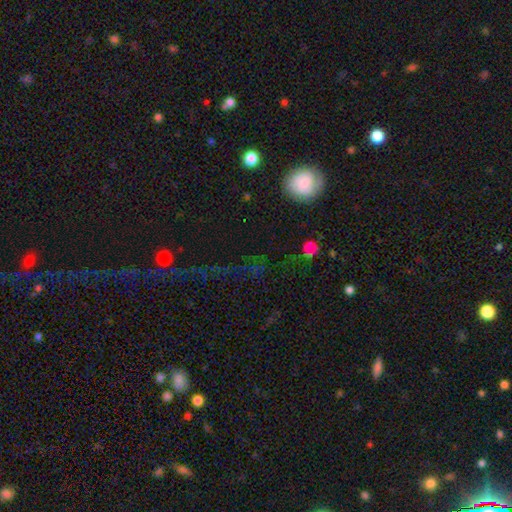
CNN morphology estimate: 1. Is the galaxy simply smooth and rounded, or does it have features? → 42% smooth, 41% star or artifact, 17% featured or disk.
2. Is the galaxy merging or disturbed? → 69% none, 13% major disturbance, 12% minor disturbance, 6% merger.